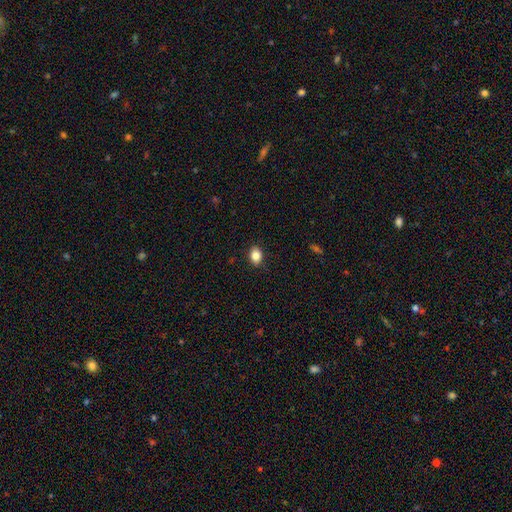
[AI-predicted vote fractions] A smooth galaxy with no disk features (85%) that is in between round and cigar-shaped (70%).

Vote fractions:
- Smooth or featured? smooth: 85% / star or artifact: 9% / featured or disk: 6%
- How rounded? in between: 70% / round: 29% / cigar-shaped: 1%
- Merging? none: 88% / minor disturbance: 9% / major disturbance: 2% / merger: 1%